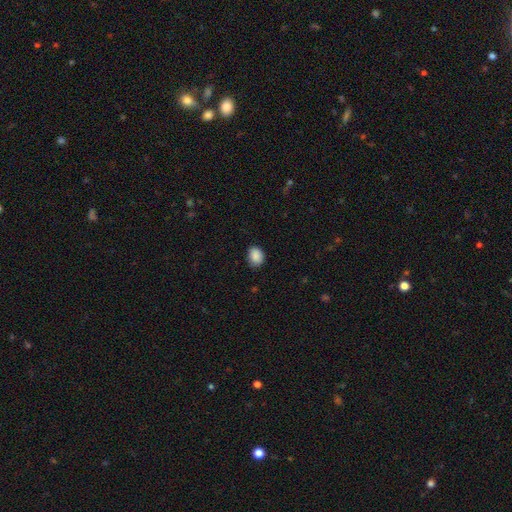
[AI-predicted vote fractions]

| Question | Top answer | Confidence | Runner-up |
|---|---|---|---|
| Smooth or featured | smooth | 89% | star or artifact (8%) |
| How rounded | in between | 63% | round (36%) |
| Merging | none | 82% | minor disturbance (14%) |